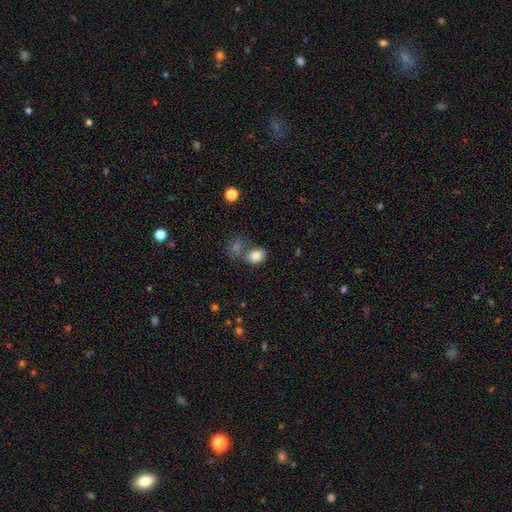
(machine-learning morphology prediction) Smooth or featured? smooth (82%)
How rounded? in between (72%)
Merging? none (61%)